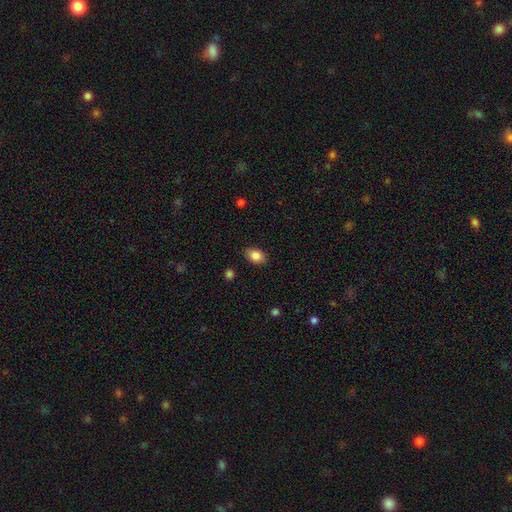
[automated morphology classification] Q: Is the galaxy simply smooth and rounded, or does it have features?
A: smooth — 86%.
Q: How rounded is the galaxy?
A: in between — 81%.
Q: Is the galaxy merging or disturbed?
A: none — 87%.